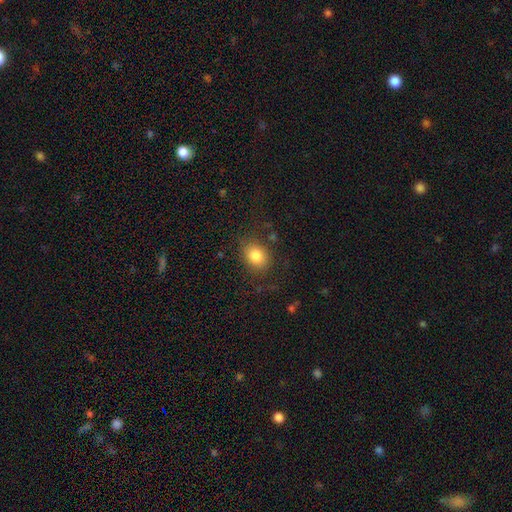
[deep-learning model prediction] This is clearly a smooth galaxy (82%). How rounded: possibly in between (52%). Merging: likely none (77%).